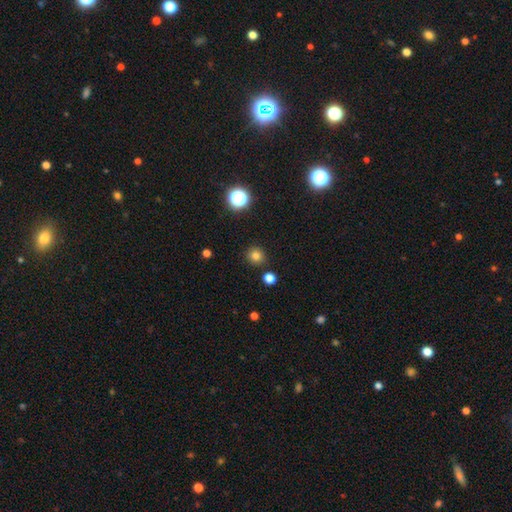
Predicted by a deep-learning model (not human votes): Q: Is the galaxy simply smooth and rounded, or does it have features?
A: smooth — 79%.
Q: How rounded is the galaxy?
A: round — 91%.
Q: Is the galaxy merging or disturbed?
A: none — 89%.